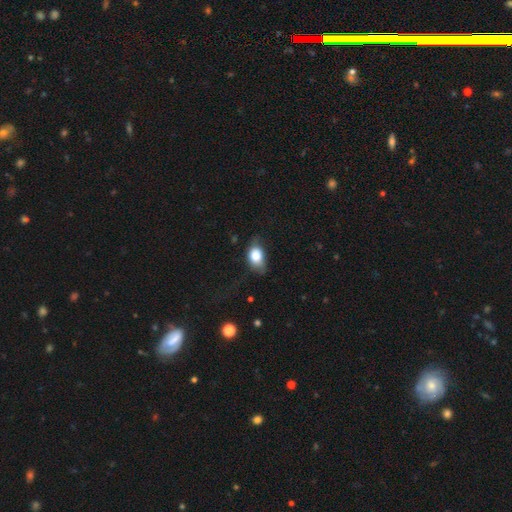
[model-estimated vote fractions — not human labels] Smooth or featured? smooth (79%)
How rounded? in between (77%)
Merging? none (49%)